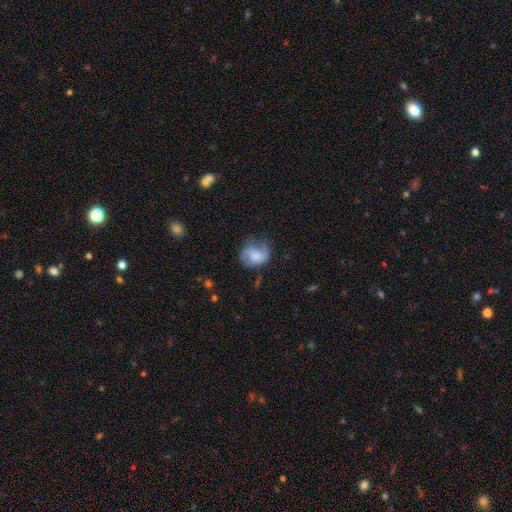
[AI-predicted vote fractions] Q: Smooth or featured?
A: smooth (47%); runner-up: featured or disk (44%)
Q: Merging?
A: none (45%); runner-up: minor disturbance (30%)